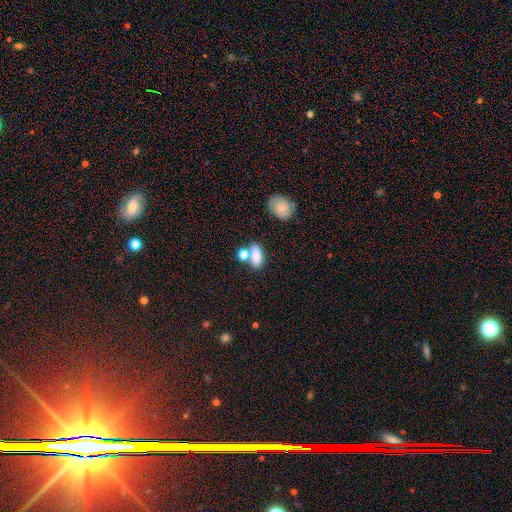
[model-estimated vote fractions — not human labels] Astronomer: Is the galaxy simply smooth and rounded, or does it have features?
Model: smooth — 79%.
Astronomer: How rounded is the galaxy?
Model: in between — 82%.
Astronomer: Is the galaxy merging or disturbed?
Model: none — 47% (runner-up: merger, 32%).